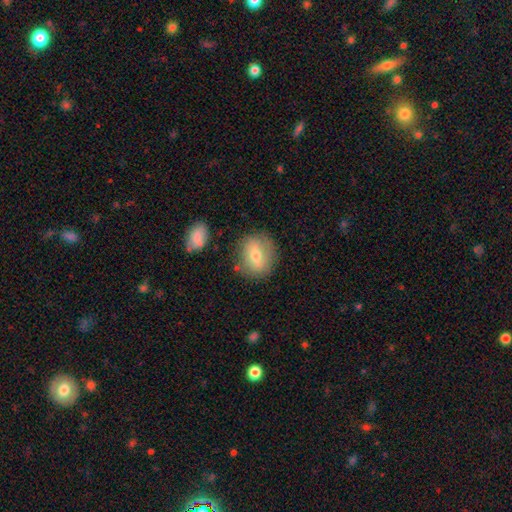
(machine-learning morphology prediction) This appears to be a smooth galaxy with no disk features (61%) that is round (54%). Merging: none (78%).